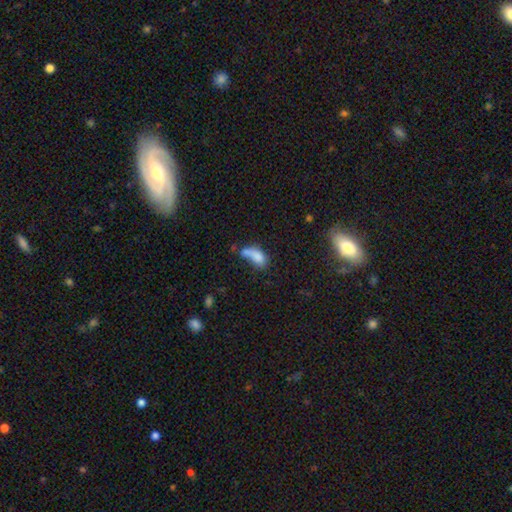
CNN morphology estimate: Overall: smooth (76%). How rounded: in between (84%). Merging: merger (29%; none 26%).